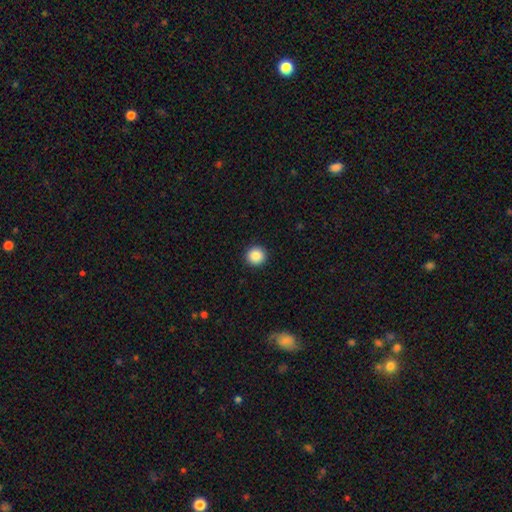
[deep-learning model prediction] A smooth galaxy with no disk features (87%) that is round (95%).

Vote fractions:
- Smooth or featured? smooth: 87% / star or artifact: 9% / featured or disk: 4%
- How rounded? round: 95% / in between: 4% / cigar-shaped: 1%
- Merging? none: 93% / minor disturbance: 4% / major disturbance: 2% / merger: 1%